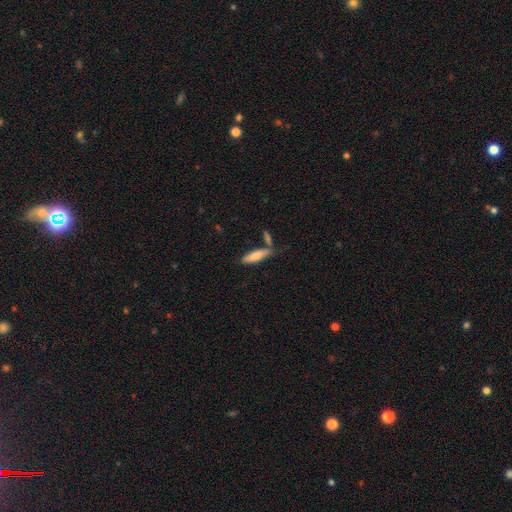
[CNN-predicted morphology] Q: Smooth or featured?
A: smooth (76%); runner-up: featured or disk (18%)
Q: How rounded?
A: cigar-shaped (57%); runner-up: in between (41%)
Q: Merging?
A: none (63%); runner-up: minor disturbance (17%)